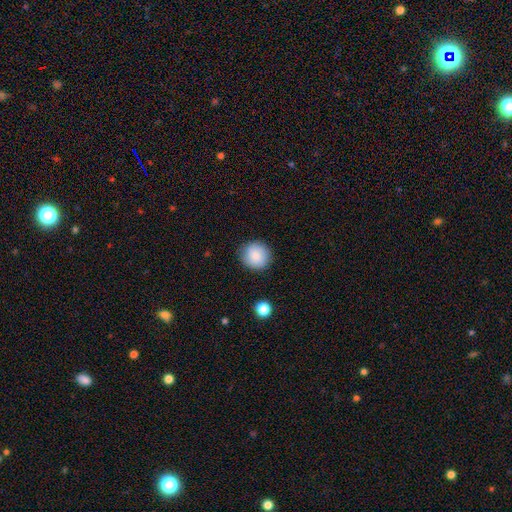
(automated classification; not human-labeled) smooth_or_featured: smooth (p=0.87) [alt: star or artifact p=0.08]
how_rounded: round (p=0.93) [alt: in between p=0.07]
merging: none (p=0.88) [alt: minor disturbance p=0.09]